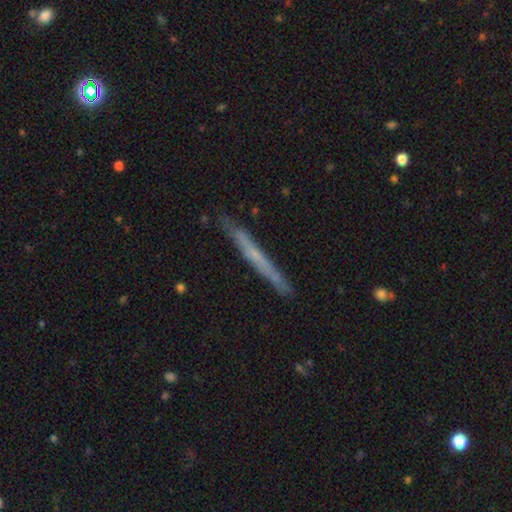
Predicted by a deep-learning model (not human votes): Smooth or featured?
  - featured or disk: 48% *
  - smooth: 46%
  - star or artifact: 6%
Merging?
  - none: 87% *
  - minor disturbance: 10%
  - major disturbance: 2%
  - merger: 1%